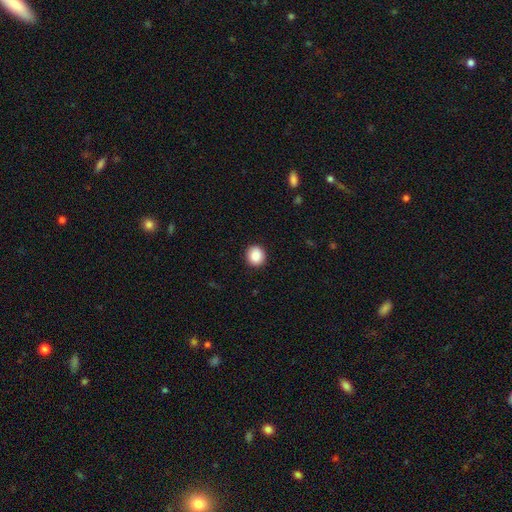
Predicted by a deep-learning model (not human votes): A smooth galaxy with no disk features (88%) that is round (89%).

Vote fractions:
- Smooth or featured? smooth: 88% / star or artifact: 8% / featured or disk: 3%
- How rounded? round: 89% / in between: 11% / cigar-shaped: 1%
- Merging? none: 92% / minor disturbance: 5% / major disturbance: 2% / merger: 1%